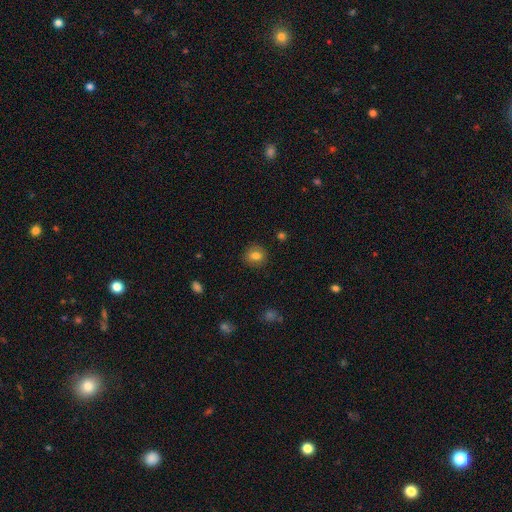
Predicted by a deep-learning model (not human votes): smooth 80%, featured or disk 10%, star or artifact 10%. Down the decision tree: how rounded — round (78%); merging — none (87%).